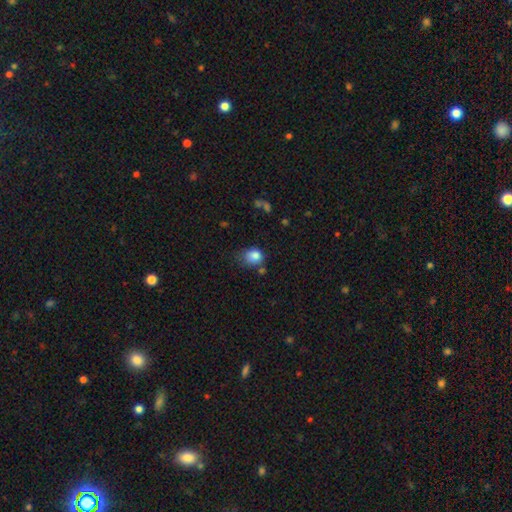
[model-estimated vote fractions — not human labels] A smooth galaxy with no disk features (83%) that is round (56%). Merging: none (48%).